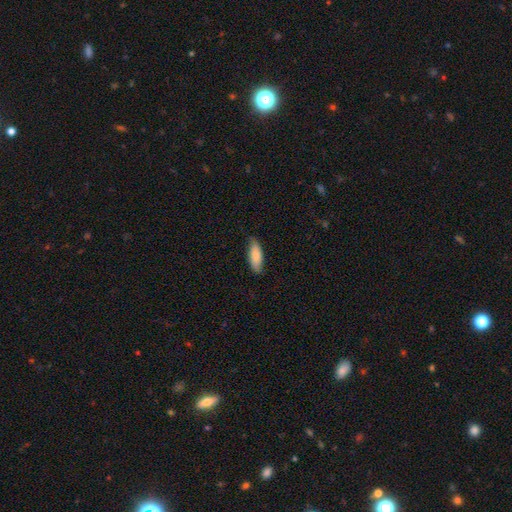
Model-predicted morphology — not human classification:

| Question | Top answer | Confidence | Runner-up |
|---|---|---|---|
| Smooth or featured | smooth | 86% | featured or disk (9%) |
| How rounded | in between | 65% | cigar-shaped (34%) |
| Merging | none | 80% | minor disturbance (16%) |